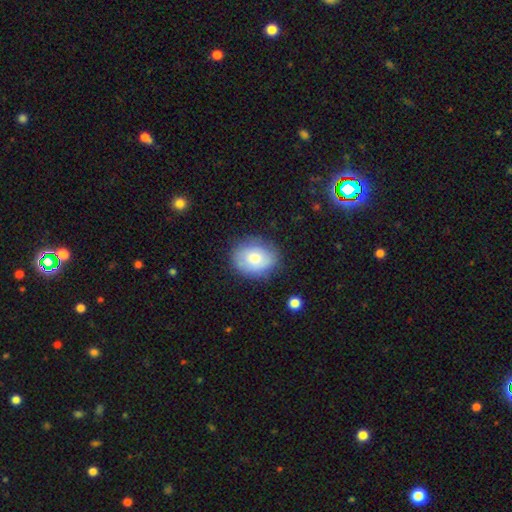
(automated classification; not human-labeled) Overall: smooth (72%). How rounded: round (53%; in between 46%). Merging: none (77%).